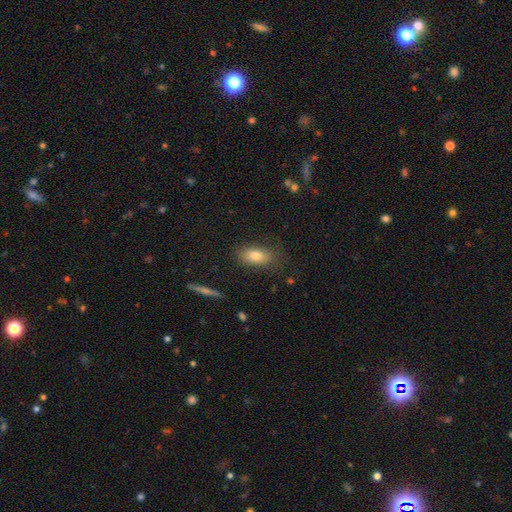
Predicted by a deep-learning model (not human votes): Smooth or featured? Predicted: smooth (p=0.77). How rounded? Predicted: in between (p=0.85). Merging? Predicted: none (p=0.78).